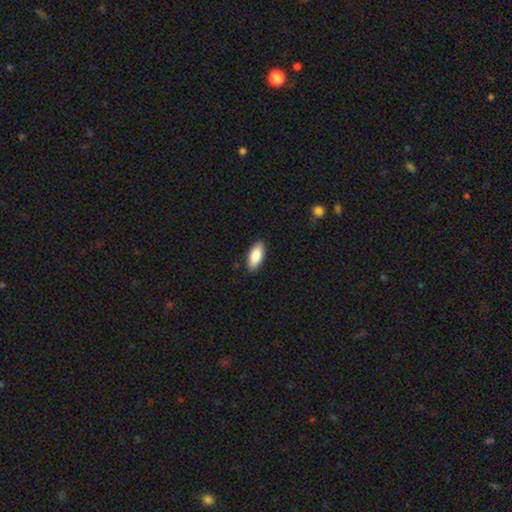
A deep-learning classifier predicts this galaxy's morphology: This is clearly a smooth galaxy (88%). How rounded: clearly in between (89%). Merging: clearly none (88%).